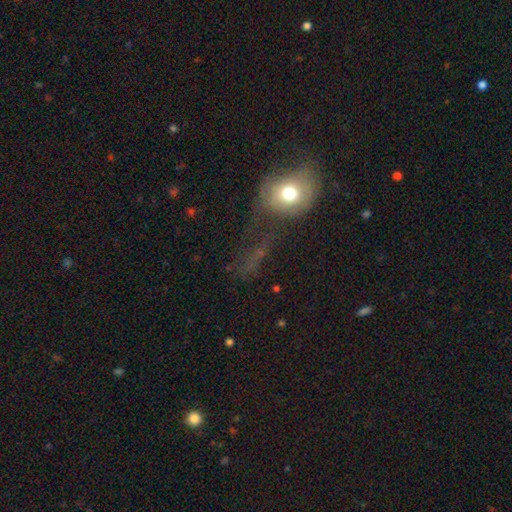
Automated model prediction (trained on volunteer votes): Overall: smooth (48%; star or artifact 28%). Merging: none (37%; major disturbance 32%).